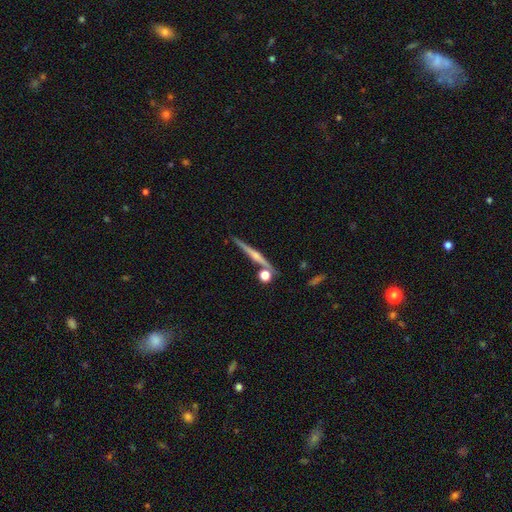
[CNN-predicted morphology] A featured or disk galaxy (65%) viewed edge-on (97%) with a rounded central bulge (69%). Merging: none (79%).